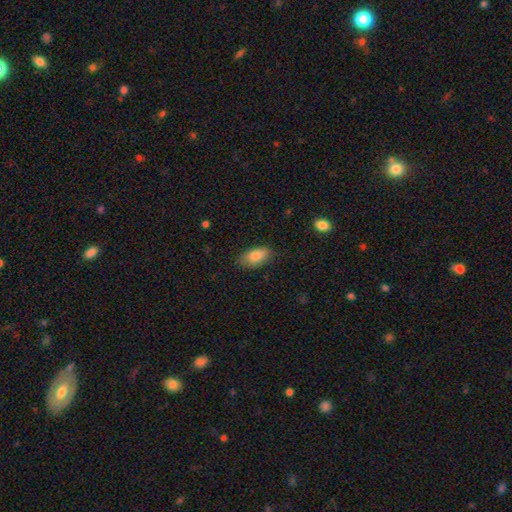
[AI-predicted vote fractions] Q: Smooth or featured?
A: smooth (83%); runner-up: featured or disk (11%)
Q: How rounded?
A: in between (92%); runner-up: cigar-shaped (4%)
Q: Merging?
A: none (78%); runner-up: minor disturbance (17%)